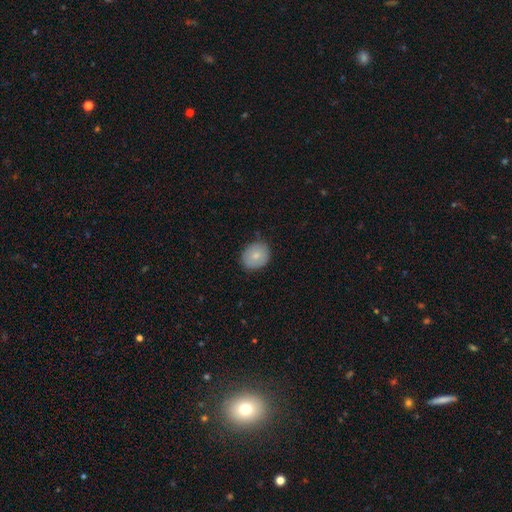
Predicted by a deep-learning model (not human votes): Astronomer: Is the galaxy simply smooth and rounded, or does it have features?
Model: smooth — 78%.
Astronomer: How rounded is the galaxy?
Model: round — 68%.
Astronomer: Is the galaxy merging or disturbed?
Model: none — 83%.